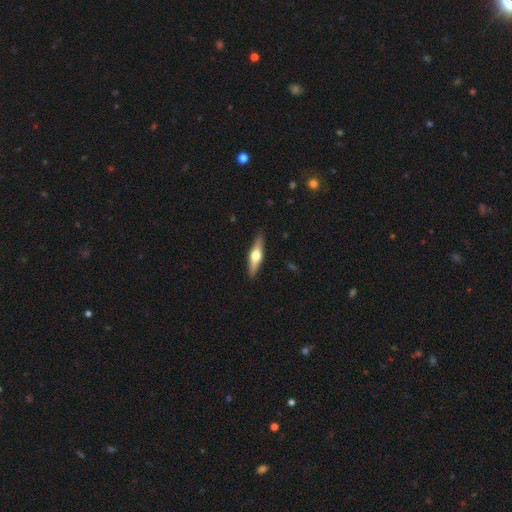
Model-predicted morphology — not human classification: smooth_or_featured: featured or disk (p=0.54) [alt: smooth p=0.40]
disk_edge_on: yes (p=0.93) [alt: no p=0.07]
edge_on_bulge: rounded (p=0.94) [alt: boxy p=0.03]
merging: none (p=0.88) [alt: minor disturbance p=0.09]